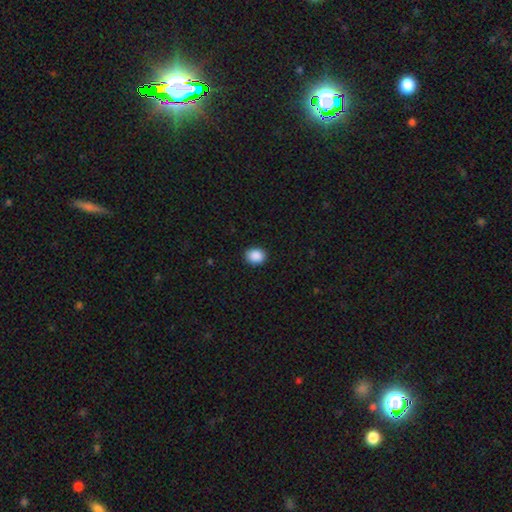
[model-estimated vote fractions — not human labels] smooth-or-featured: smooth: 89% | star or artifact: 8% | featured or disk: 2%
  how-rounded: round: 55% | in between: 45% | cigar-shaped: 1%
  merging: none: 90% | minor disturbance: 7% | major disturbance: 2% | merger: 1%